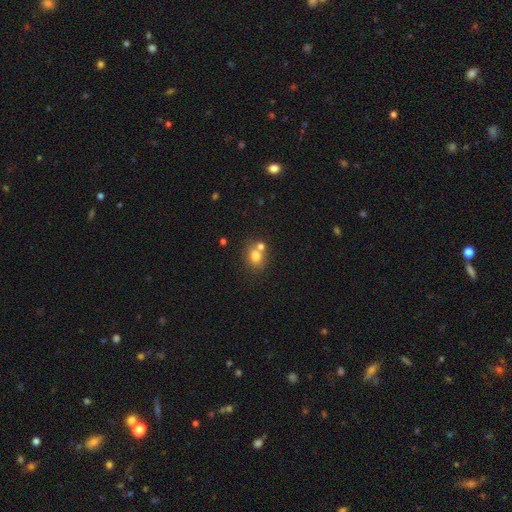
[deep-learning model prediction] Smooth or featured?
  - smooth: 76% *
  - star or artifact: 12%
  - featured or disk: 12%
How rounded?
  - round: 61% *
  - in between: 38%
  - cigar-shaped: 1%
Merging?
  - none: 54% *
  - merger: 32%
  - minor disturbance: 10%
  - major disturbance: 4%